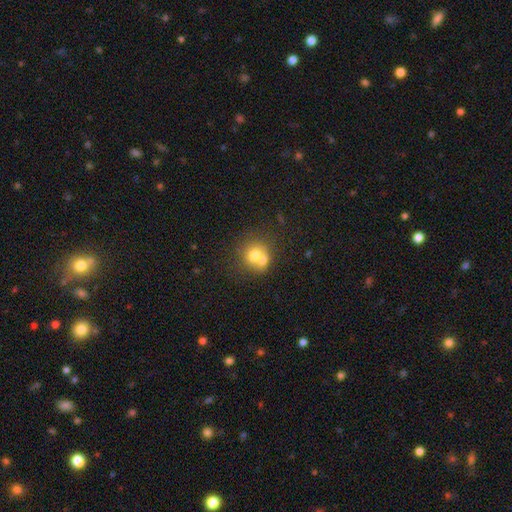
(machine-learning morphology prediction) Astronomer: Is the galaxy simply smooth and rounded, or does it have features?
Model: smooth — 69%.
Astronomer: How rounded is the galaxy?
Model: round — 79%.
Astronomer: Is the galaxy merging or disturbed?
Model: merger — 53% (runner-up: none, 35%).